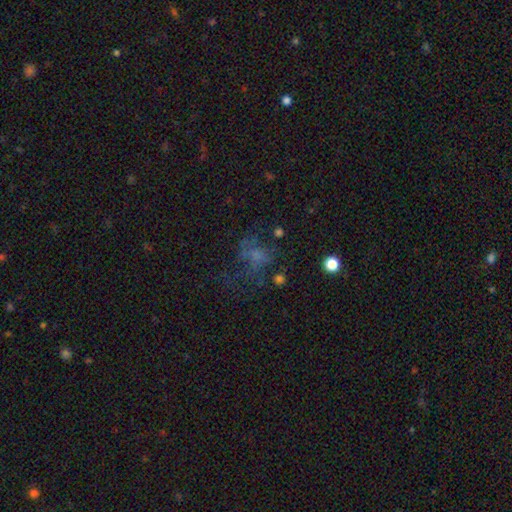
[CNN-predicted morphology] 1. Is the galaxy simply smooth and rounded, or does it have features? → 44% smooth, 32% featured or disk, 24% star or artifact.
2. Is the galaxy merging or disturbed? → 42% none, 33% major disturbance, 19% minor disturbance, 6% merger.